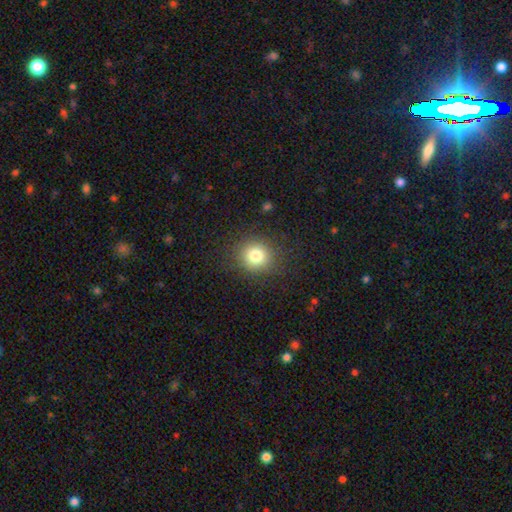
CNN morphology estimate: A smooth galaxy with no disk features (80%) that is round (87%). Merging: none (86%).